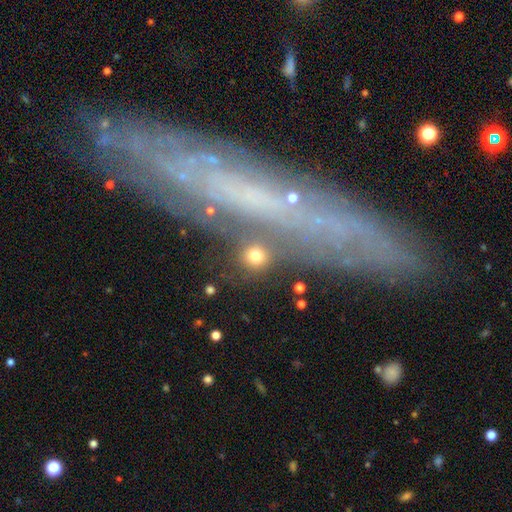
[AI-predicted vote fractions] Smooth or featured: smooth — 71% (star or artifact — 16%)
How rounded: round — 89% (in between — 9%)
Merging: none — 76% (minor disturbance — 10%)